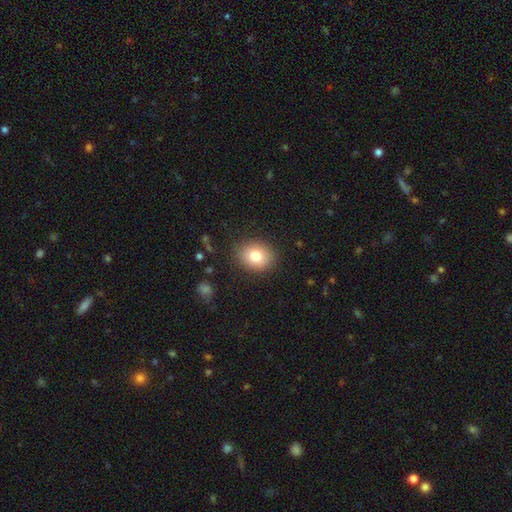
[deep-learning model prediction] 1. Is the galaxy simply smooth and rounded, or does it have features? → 80% smooth, 10% featured or disk, 10% star or artifact.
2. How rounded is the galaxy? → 58% round, 42% in between, 1% cigar-shaped.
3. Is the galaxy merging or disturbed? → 87% none, 9% minor disturbance, 3% major disturbance, 1% merger.